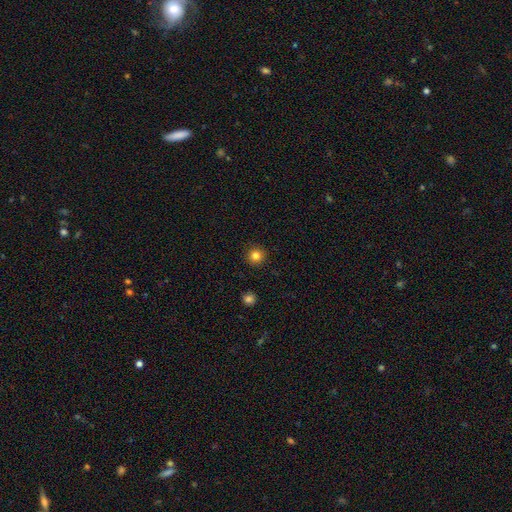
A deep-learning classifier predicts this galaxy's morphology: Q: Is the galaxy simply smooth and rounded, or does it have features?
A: smooth — 83%.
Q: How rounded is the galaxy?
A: round — 95%.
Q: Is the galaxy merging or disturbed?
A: none — 93%.